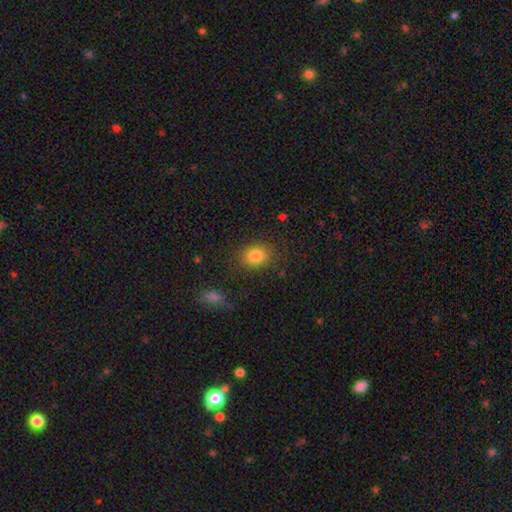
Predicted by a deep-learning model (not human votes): Morphology: type=smooth (82%); roundness=round (50%); merging=none (84%).